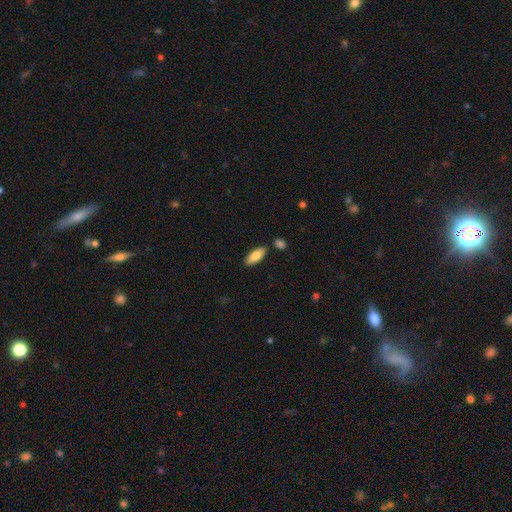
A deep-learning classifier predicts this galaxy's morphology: smooth_or_featured: smooth (p=0.80) [alt: featured or disk p=0.13]
how_rounded: in between (p=0.80) [alt: cigar-shaped p=0.18]
merging: none (p=0.84) [alt: minor disturbance p=0.10]